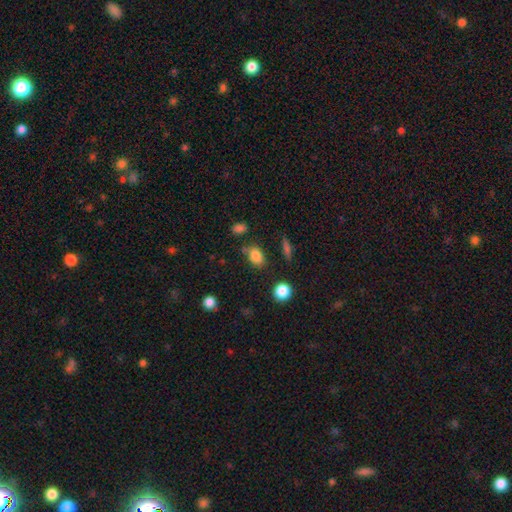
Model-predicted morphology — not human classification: Smooth or featured: smooth — 82% (star or artifact — 11%)
How rounded: in between — 77% (round — 22%)
Merging: none — 74% (minor disturbance — 16%)